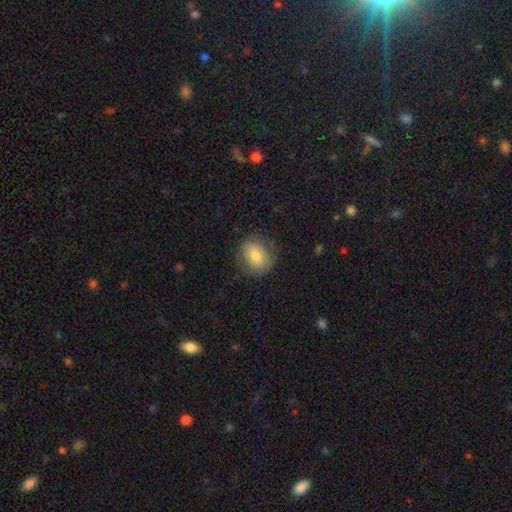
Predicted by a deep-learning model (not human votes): Smooth or featured? smooth (74%)
How rounded? round (51%)
Merging? none (78%)